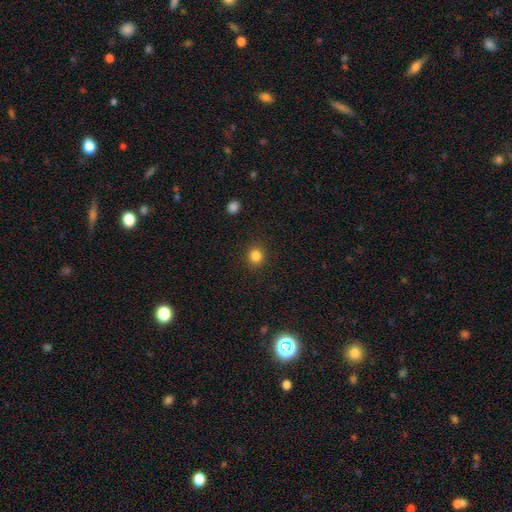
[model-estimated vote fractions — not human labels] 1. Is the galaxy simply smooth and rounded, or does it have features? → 84% smooth, 12% star or artifact, 4% featured or disk.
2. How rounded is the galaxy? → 84% round, 15% in between, 1% cigar-shaped.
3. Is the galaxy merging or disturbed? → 91% none, 6% minor disturbance, 2% major disturbance, 1% merger.